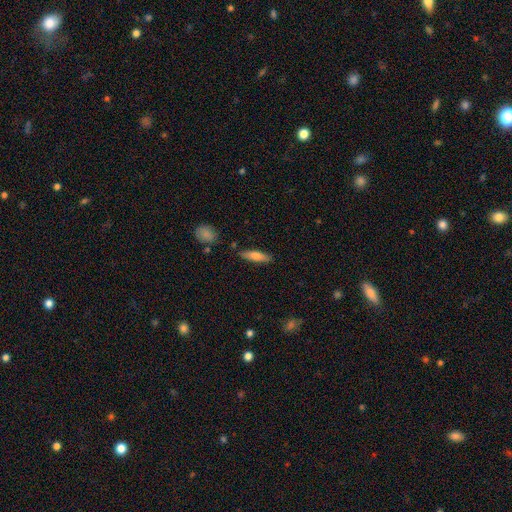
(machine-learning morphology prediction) A smooth galaxy with no disk features (69%) that is cigar-shaped (62%).

Vote fractions:
- Smooth or featured? smooth: 69% / featured or disk: 24% / star or artifact: 6%
- How rounded? cigar-shaped: 62% / in between: 36% / round: 2%
- Merging? none: 83% / minor disturbance: 12% / merger: 3% / major disturbance: 3%